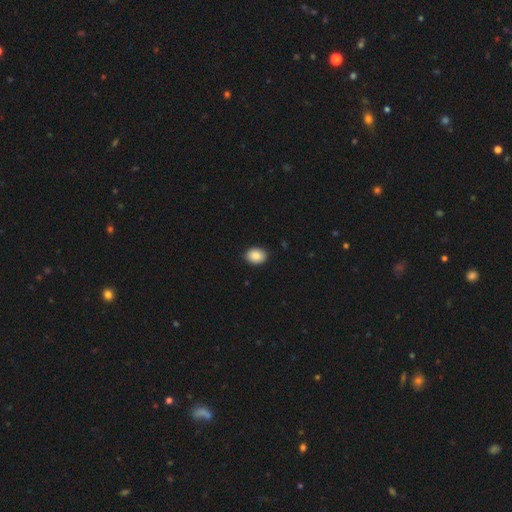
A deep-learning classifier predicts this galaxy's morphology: The model was most divided on "how rounded": in between: 66%, round: 33%, cigar-shaped: 1%. More confident: merging — none (91%); smooth or featured — smooth (88%).